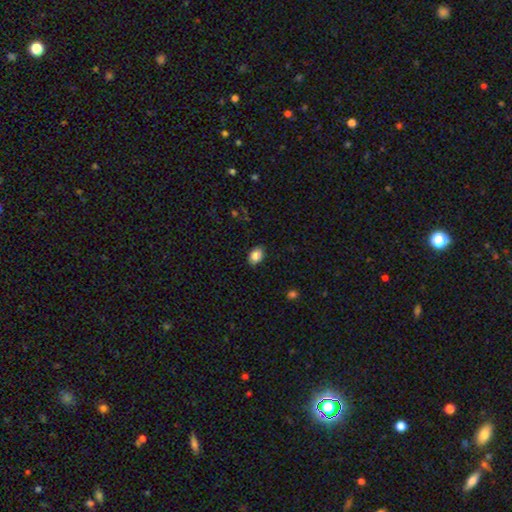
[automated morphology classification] smooth-or-featured: smooth: 86% | star or artifact: 8% | featured or disk: 6%
  how-rounded: in between: 80% | round: 19% | cigar-shaped: 1%
  merging: none: 86% | minor disturbance: 11% | major disturbance: 2% | merger: 1%